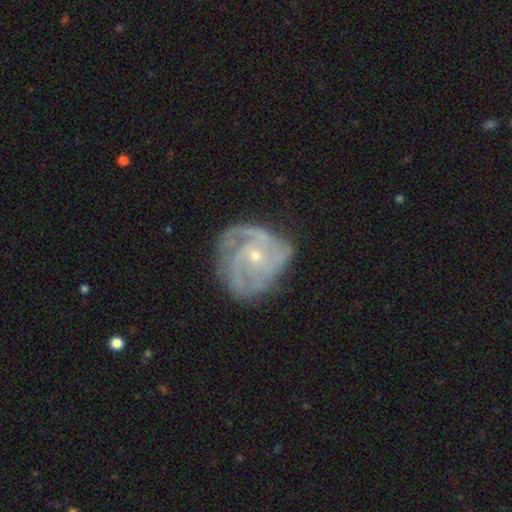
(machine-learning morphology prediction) Overall: featured or disk (86%). Edge-on disk: no (98%). Bar: no (73%). Spiral arms: yes (95%). Spiral arm count: 3 (40%; 2 21%). Spiral winding: tight (56%; medium 36%). Bulge size: small (71%). Merging: none (61%; minor disturbance 24%).